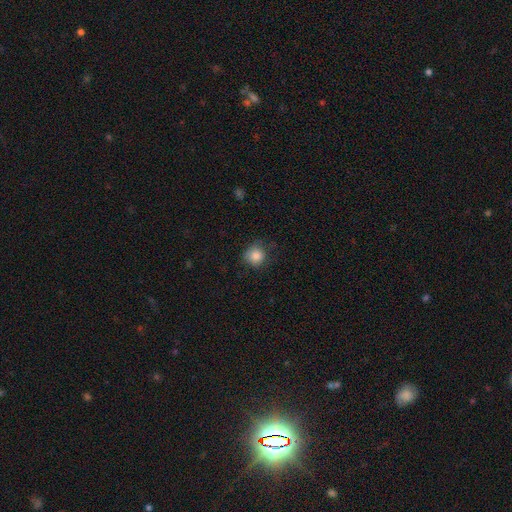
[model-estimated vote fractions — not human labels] This appears to be a smooth galaxy with no disk features (84%) that is round (89%). Merging: none (75%).